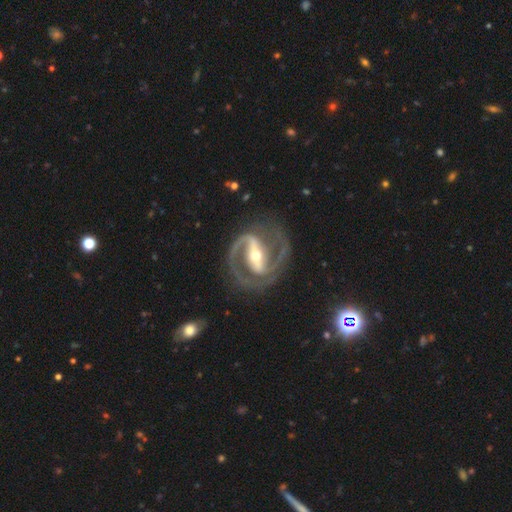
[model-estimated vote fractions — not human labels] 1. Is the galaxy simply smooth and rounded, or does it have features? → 92% featured or disk, 4% star or artifact, 4% smooth.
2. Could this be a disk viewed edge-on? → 96% no, 4% yes.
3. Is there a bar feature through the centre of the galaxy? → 75% strong, 17% weak, 8% no.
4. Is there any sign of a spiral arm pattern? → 97% yes, 3% no.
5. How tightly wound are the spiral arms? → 55% medium, 34% tight, 11% loose.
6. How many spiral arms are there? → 92% 2, 2% 1, 2% 3, 2% can't tell, 1% 4, 1% more than 4.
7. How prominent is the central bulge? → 59% moderate, 35% small, 5% large, 1% none, 1% dominant.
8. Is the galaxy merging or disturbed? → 79% none, 13% minor disturbance, 7% major disturbance, 2% merger.